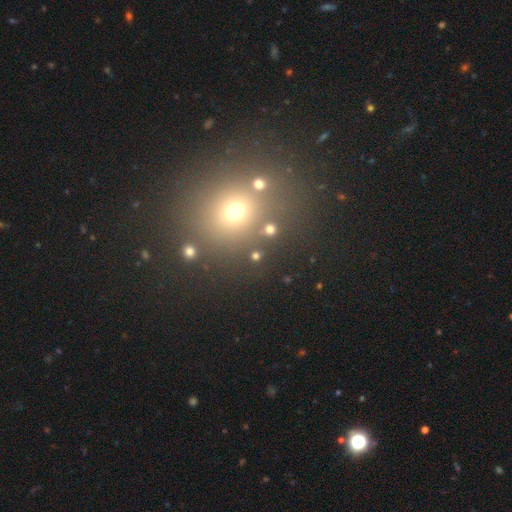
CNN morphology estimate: A smooth galaxy with no disk features (68%) that is round (86%).

Vote fractions:
- Smooth or featured? smooth: 68% / star or artifact: 25% / featured or disk: 7%
- How rounded? round: 86% / in between: 13% / cigar-shaped: 2%
- Merging? none: 82% / merger: 7% / minor disturbance: 7% / major disturbance: 4%